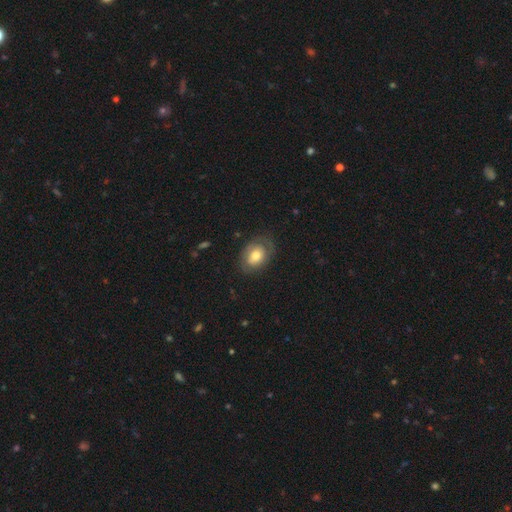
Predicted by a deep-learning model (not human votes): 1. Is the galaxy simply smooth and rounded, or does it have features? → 46% featured or disk (tied), 46% smooth (tied), 7% star or artifact.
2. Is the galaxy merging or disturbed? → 71% none, 18% minor disturbance, 9% major disturbance, 1% merger.